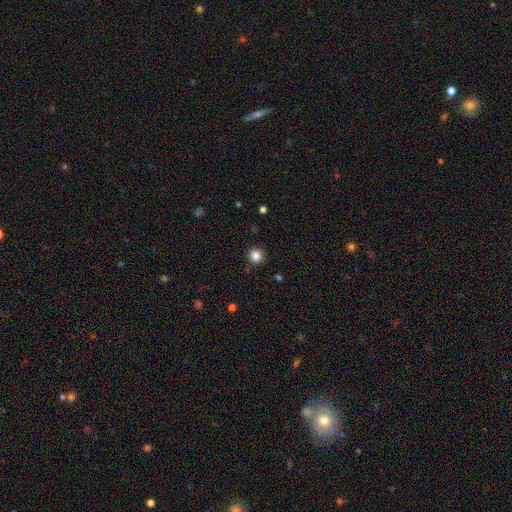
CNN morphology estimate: Smooth or featured?
  - smooth: 84% *
  - star or artifact: 12%
  - featured or disk: 4%
How rounded?
  - round: 95% *
  - in between: 4%
  - cigar-shaped: 1%
Merging?
  - none: 92% *
  - minor disturbance: 5%
  - major disturbance: 2%
  - merger: 1%